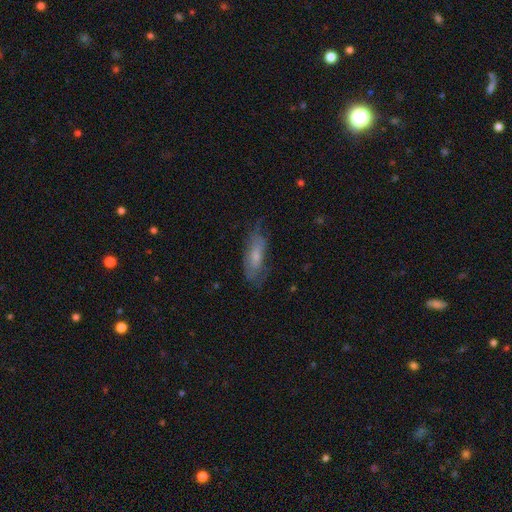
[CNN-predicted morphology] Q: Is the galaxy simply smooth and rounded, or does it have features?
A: smooth — 49%.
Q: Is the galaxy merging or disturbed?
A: none — 58%.